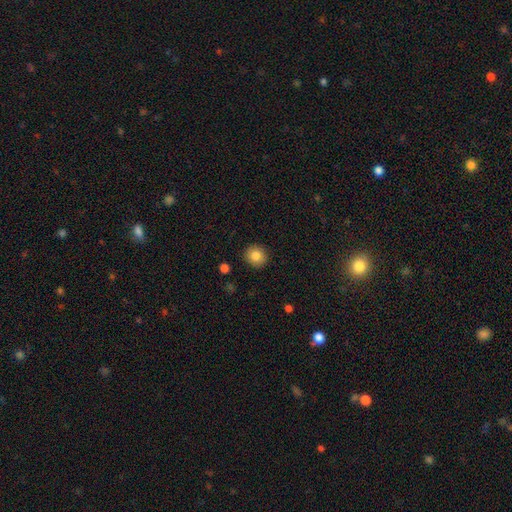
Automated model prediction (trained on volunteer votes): smooth-or-featured: smooth: 84% | star or artifact: 9% | featured or disk: 7%
  how-rounded: round: 91% | in between: 8% | cigar-shaped: 1%
  merging: none: 91% | minor disturbance: 6% | major disturbance: 2% | merger: 1%